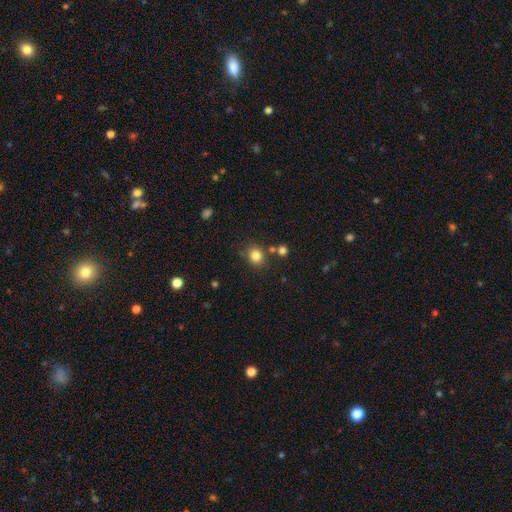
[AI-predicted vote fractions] smooth 81%, star or artifact 13%, featured or disk 6%. Down the decision tree: how rounded — round (80%); merging — none (78%).